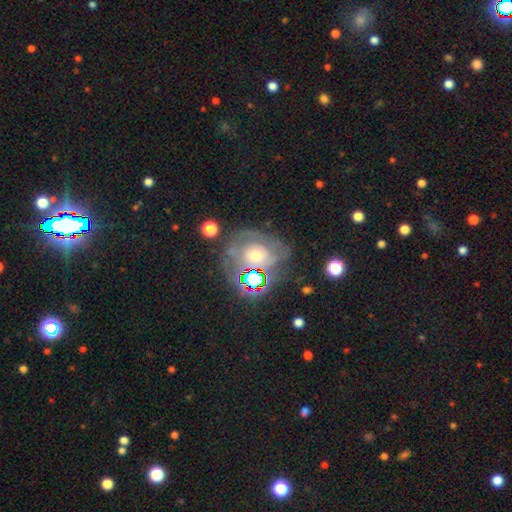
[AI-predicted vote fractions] The model was most divided on "bulge size": moderate: 54%, small: 32%, large: 10%, none: 2%, dominant: 2%. More confident: edge-on disk — no (96%); bar — no (82%); spiral arms — yes (65%); merging — none (62%); smooth or featured — featured or disk (61%).